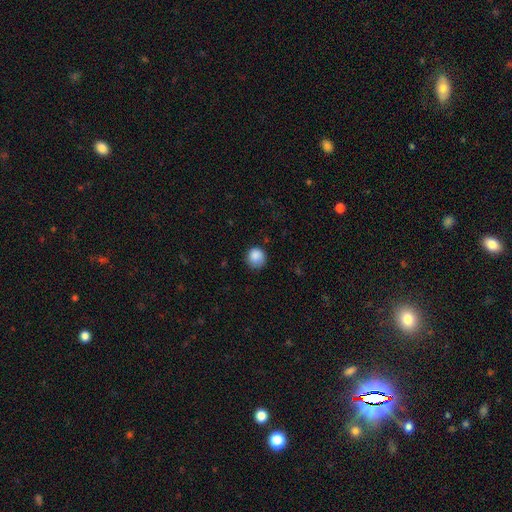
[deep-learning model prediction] A smooth galaxy with no disk features (87%) that is round (90%).

Vote fractions:
- Smooth or featured? smooth: 87% / star or artifact: 9% / featured or disk: 4%
- How rounded? round: 90% / in between: 9% / cigar-shaped: 1%
- Merging? none: 73% / minor disturbance: 21% / major disturbance: 5% / merger: 1%